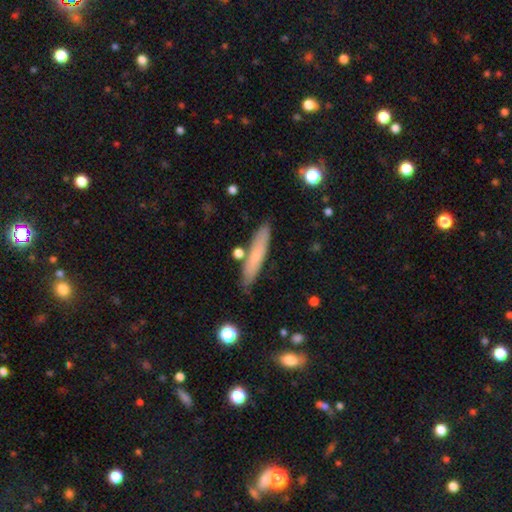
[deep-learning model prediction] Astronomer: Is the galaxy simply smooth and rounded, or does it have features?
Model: smooth — 66%.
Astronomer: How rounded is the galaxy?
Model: cigar-shaped — 88%.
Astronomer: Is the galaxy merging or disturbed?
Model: none — 81%.